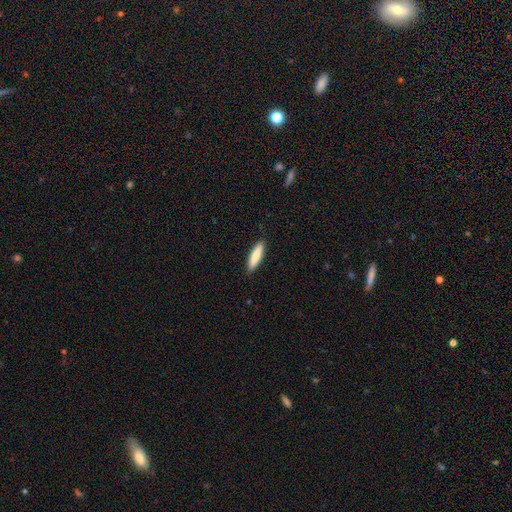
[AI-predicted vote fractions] Q: Smooth or featured?
A: smooth (83%); runner-up: featured or disk (12%)
Q: How rounded?
A: cigar-shaped (76%); runner-up: in between (23%)
Q: Merging?
A: none (90%); runner-up: minor disturbance (8%)